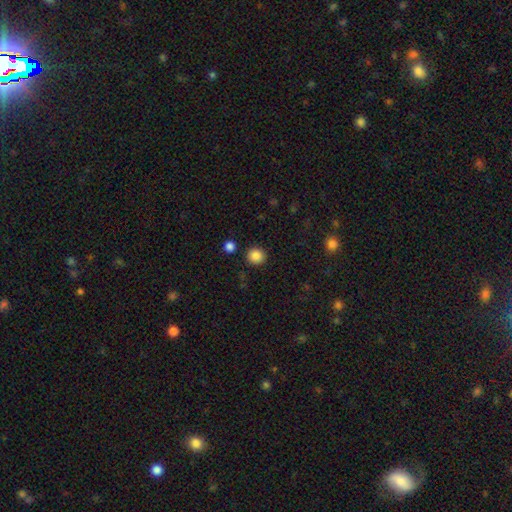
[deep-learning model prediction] This appears to be a smooth galaxy with no disk features (86%) that is round (90%). Merging: none (89%).